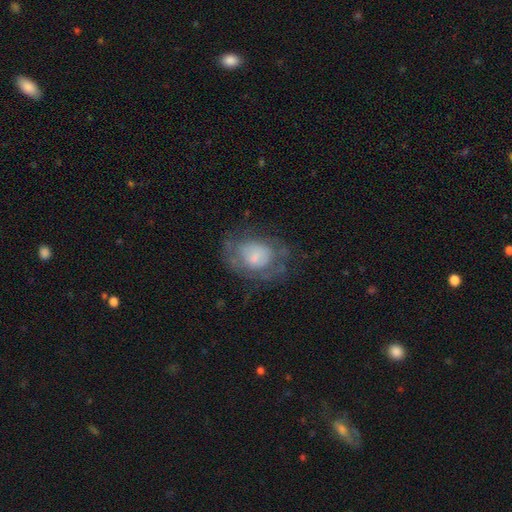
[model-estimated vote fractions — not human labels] A featured or disk galaxy (50%). Merging: none (52%).